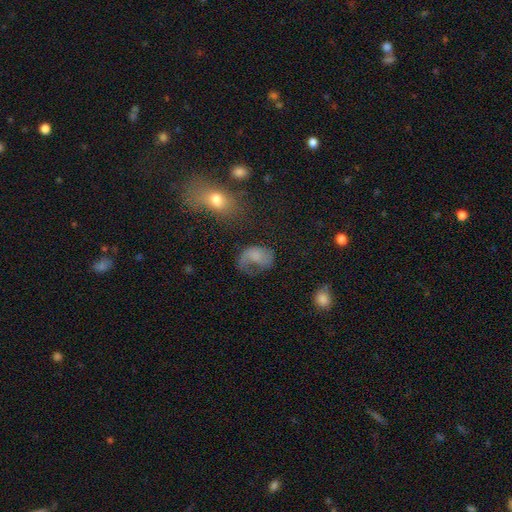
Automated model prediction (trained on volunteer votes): Smooth or featured?
  - smooth: 48% *
  - featured or disk: 40%
  - star or artifact: 12%
Merging?
  - major disturbance: 48% *
  - none: 27%
  - minor disturbance: 19%
  - merger: 6%